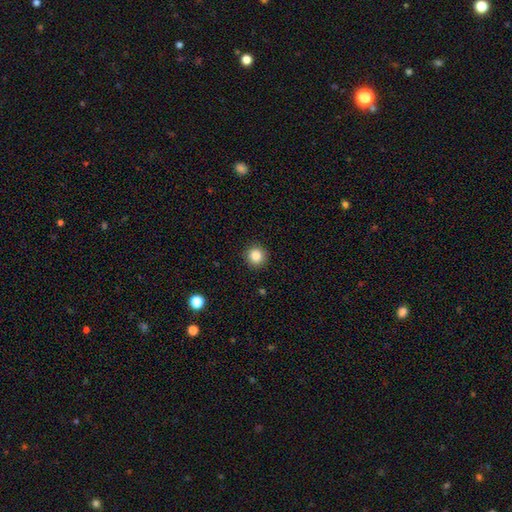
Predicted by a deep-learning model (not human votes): A smooth galaxy with no disk features (86%) that is round (94%).

Vote fractions:
- Smooth or featured? smooth: 86% / star or artifact: 10% / featured or disk: 4%
- How rounded? round: 94% / in between: 5% / cigar-shaped: 1%
- Merging? none: 91% / minor disturbance: 6% / major disturbance: 2% / merger: 1%